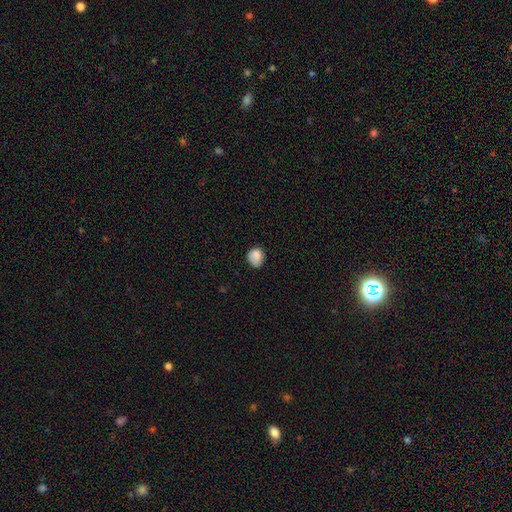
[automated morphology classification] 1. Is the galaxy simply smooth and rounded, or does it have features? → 85% smooth, 9% star or artifact, 6% featured or disk.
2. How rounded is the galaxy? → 64% round, 35% in between, 1% cigar-shaped.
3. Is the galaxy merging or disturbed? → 66% none, 27% minor disturbance, 6% major disturbance, 2% merger.